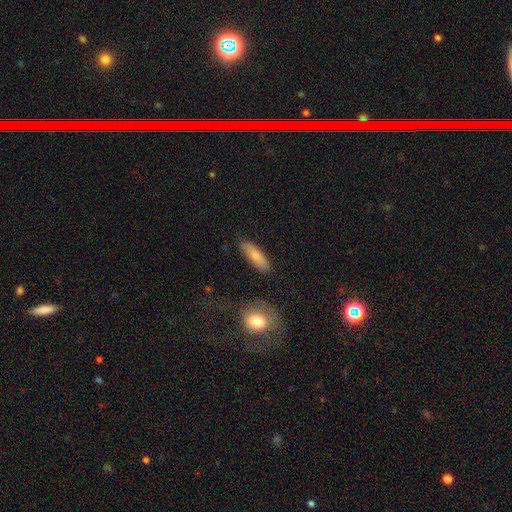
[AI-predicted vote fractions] This appears to be a smooth galaxy with no disk features (79%) that is in between round and cigar-shaped (51%). Merging: none (82%).